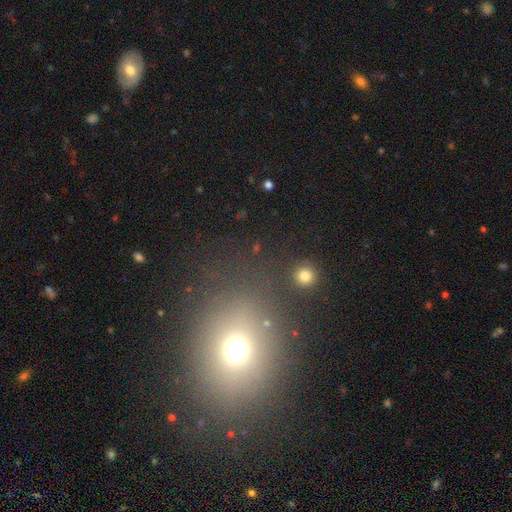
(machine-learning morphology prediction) Overall: smooth (61%; star or artifact 28%). How rounded: round (60%; in between 39%). Merging: none (84%).